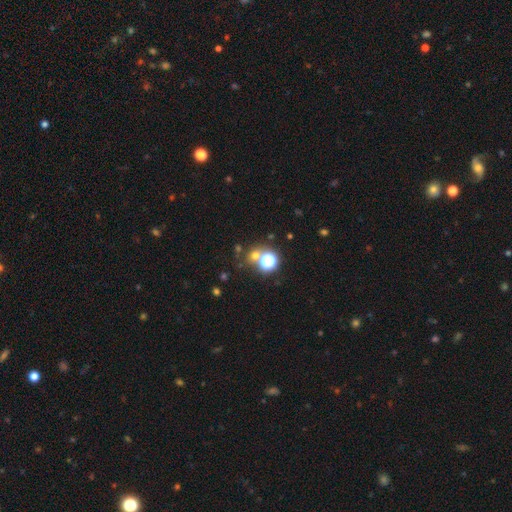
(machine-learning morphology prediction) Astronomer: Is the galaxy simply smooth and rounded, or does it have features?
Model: smooth — 51% (runner-up: star or artifact, 40%).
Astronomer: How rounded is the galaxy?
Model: round — 85%.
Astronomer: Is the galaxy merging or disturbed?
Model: none — 66%.